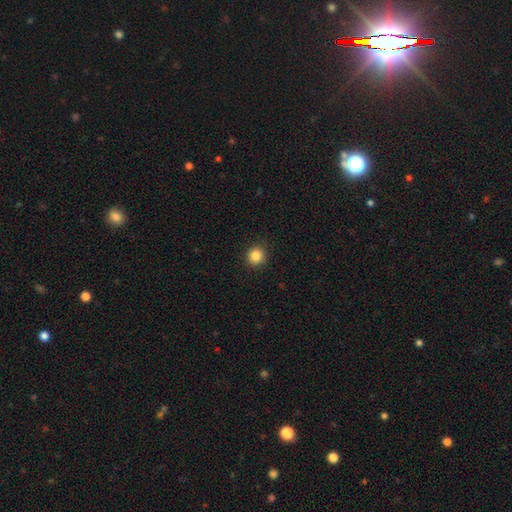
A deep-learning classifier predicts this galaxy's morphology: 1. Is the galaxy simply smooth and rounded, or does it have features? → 85% smooth, 11% star or artifact, 4% featured or disk.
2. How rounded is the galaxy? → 92% round, 7% in between, 1% cigar-shaped.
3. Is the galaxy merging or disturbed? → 91% none, 6% minor disturbance, 2% major disturbance, 1% merger.